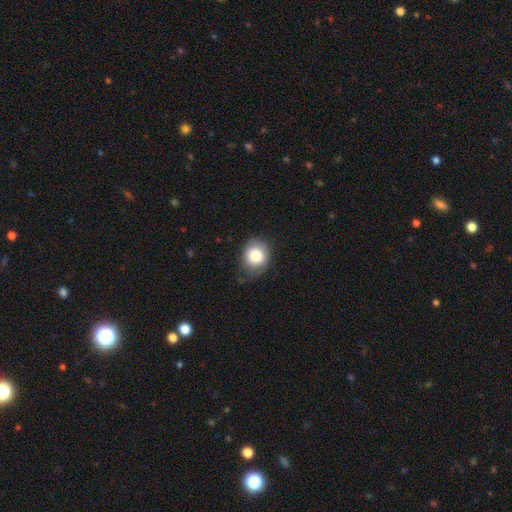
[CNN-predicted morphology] A smooth galaxy with no disk features (84%) that is round (60%).

Vote fractions:
- Smooth or featured? smooth: 84% / featured or disk: 8% / star or artifact: 8%
- How rounded? round: 60% / in between: 39% / cigar-shaped: 1%
- Merging? none: 62% / minor disturbance: 28% / major disturbance: 8% / merger: 1%